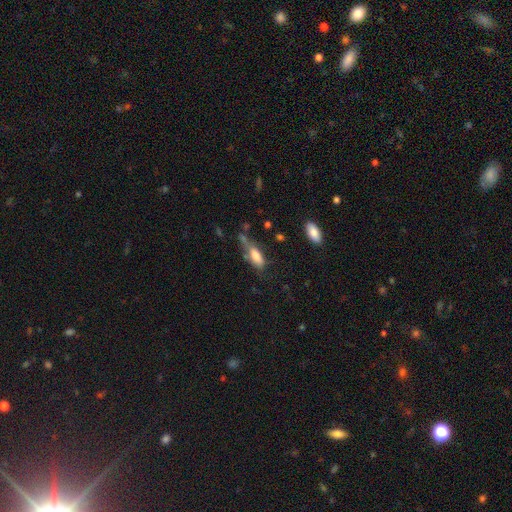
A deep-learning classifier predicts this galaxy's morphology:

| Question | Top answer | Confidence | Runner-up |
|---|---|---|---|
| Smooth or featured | smooth | 74% | featured or disk (18%) |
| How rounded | in between | 71% | cigar-shaped (27%) |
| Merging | none | 37% | minor disturbance (30%) |